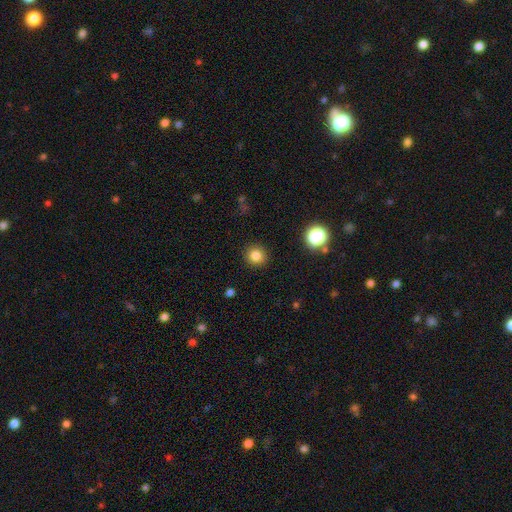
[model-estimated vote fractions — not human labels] The model was most divided on "smooth or featured": smooth: 82%, star or artifact: 12%, featured or disk: 5%. More confident: how rounded — round (91%); merging — none (91%).